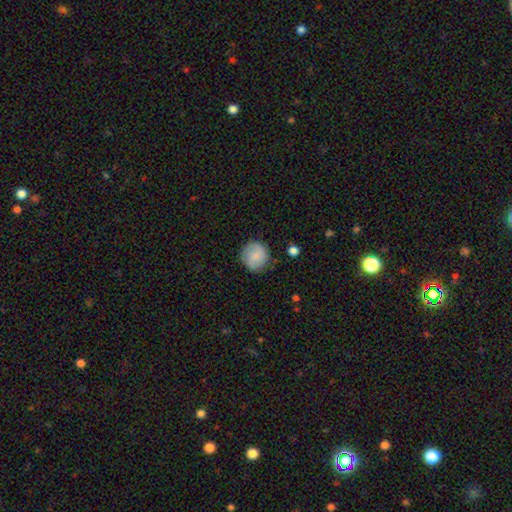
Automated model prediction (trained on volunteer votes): A smooth galaxy with no disk features (76%) that is round (92%).

Vote fractions:
- Smooth or featured? smooth: 76% / featured or disk: 16% / star or artifact: 7%
- How rounded? round: 92% / in between: 7% / cigar-shaped: 1%
- Merging? none: 81% / minor disturbance: 13% / major disturbance: 4% / merger: 2%